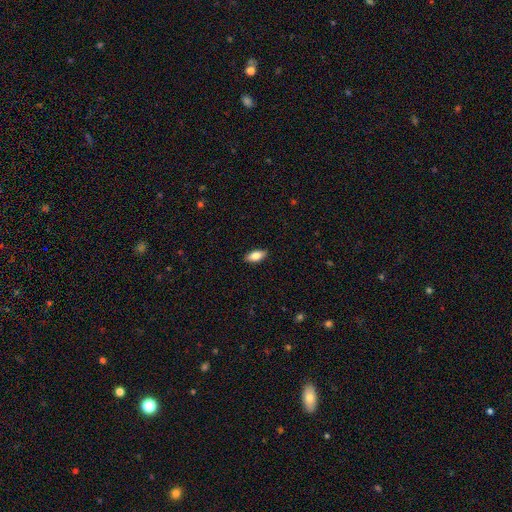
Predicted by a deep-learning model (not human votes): smooth_or_featured: smooth (p=0.79) [alt: featured or disk p=0.14]
how_rounded: in between (p=0.85) [alt: cigar-shaped p=0.12]
merging: none (p=0.89) [alt: minor disturbance p=0.08]